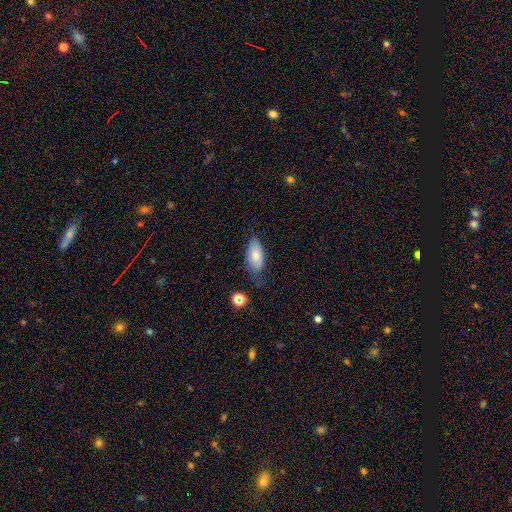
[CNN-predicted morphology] Smooth or featured: smooth — 75% (featured or disk — 17%)
How rounded: in between — 90% (cigar-shaped — 7%)
Merging: none — 58% (minor disturbance — 30%)